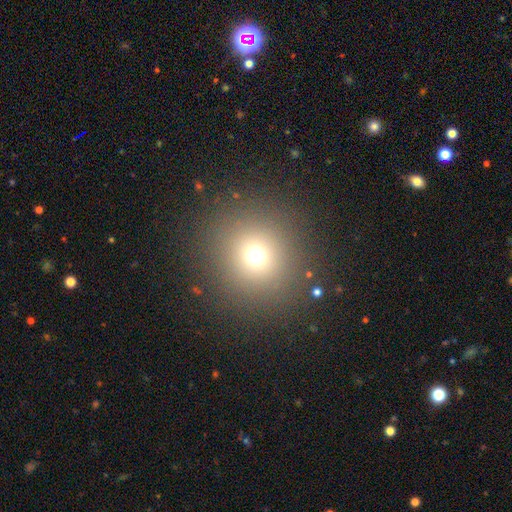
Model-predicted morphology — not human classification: This appears to be a smooth galaxy with no disk features (69%) that is round (92%). Merging: none (88%).